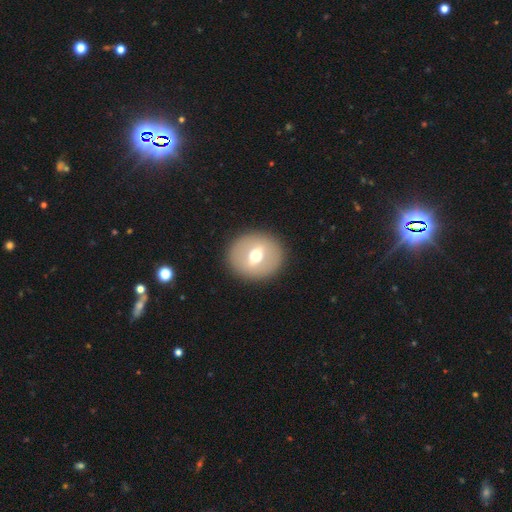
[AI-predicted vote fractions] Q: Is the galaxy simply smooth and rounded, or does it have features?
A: smooth — 54%.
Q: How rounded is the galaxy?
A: round — 83%.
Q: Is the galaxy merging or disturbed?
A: none — 90%.